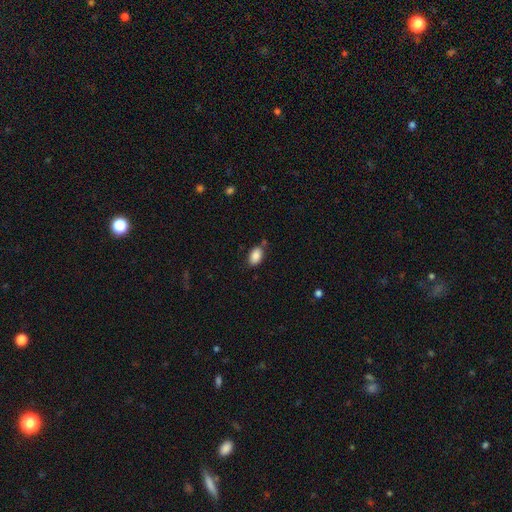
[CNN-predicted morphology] Q: Smooth or featured?
A: smooth (88%); runner-up: star or artifact (7%)
Q: How rounded?
A: in between (90%); runner-up: round (9%)
Q: Merging?
A: none (77%); runner-up: minor disturbance (15%)